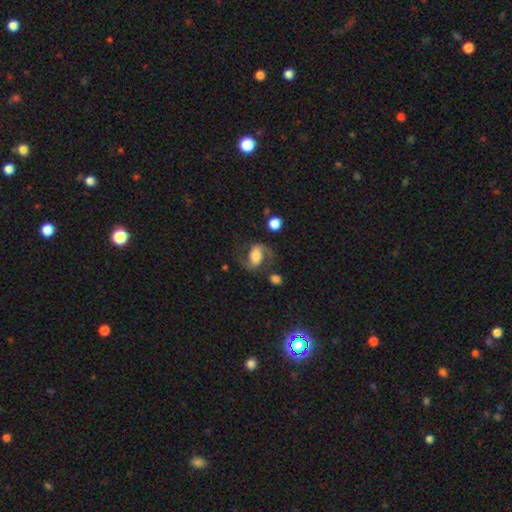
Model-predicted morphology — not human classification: The model was most divided on "bar": weak: 39%, no: 32%, strong: 29%. Remaining: edge-on disk — no (97%); spiral arms — yes (94%); spiral arm count — 2 (91%); smooth or featured — featured or disk (76%); merging — none (66%); spiral winding — medium (49%); bulge size — moderate (44%).